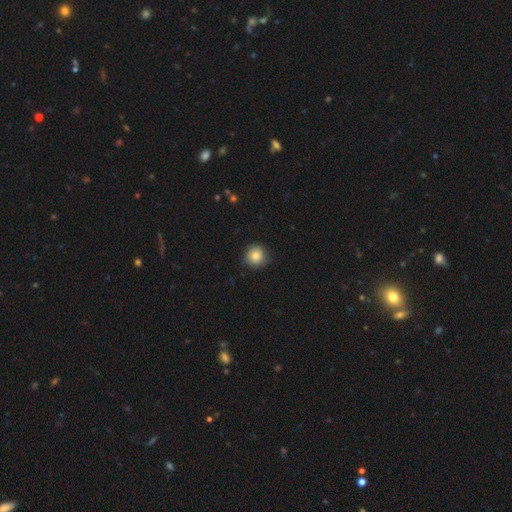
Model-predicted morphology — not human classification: A smooth galaxy with no disk features (81%) that is round (91%).

Vote fractions:
- Smooth or featured? smooth: 81% / featured or disk: 11% / star or artifact: 9%
- How rounded? round: 91% / in between: 8% / cigar-shaped: 1%
- Merging? none: 82% / minor disturbance: 14% / major disturbance: 3% / merger: 1%